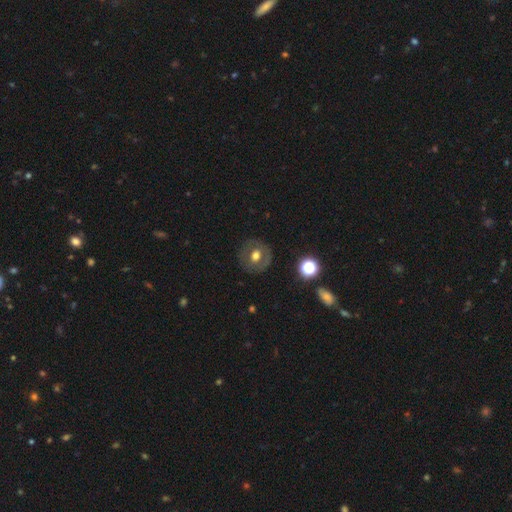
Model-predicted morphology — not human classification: Smooth or featured: smooth — 49% (featured or disk — 42%)
Merging: none — 84% (minor disturbance — 10%)